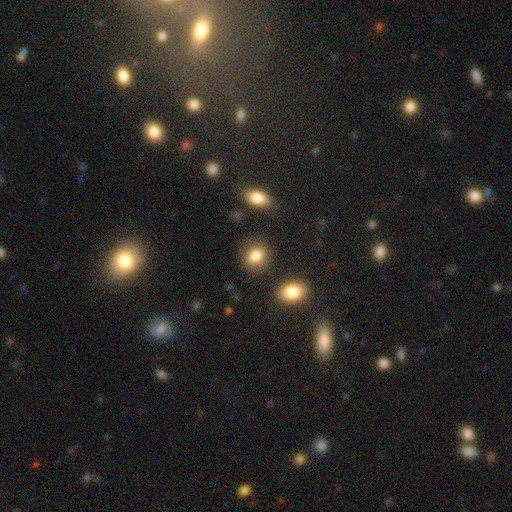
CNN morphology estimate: This appears to be a smooth galaxy with no disk features (83%) that is round (53%). Merging: none (78%).